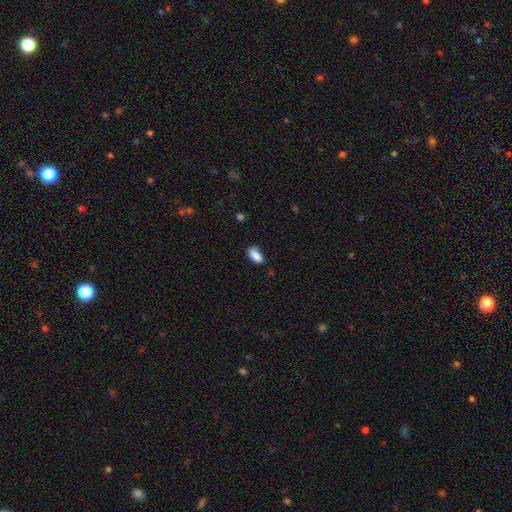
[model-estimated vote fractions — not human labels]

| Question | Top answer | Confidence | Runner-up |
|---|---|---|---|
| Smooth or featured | smooth | 87% | star or artifact (8%) |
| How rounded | in between | 89% | cigar-shaped (8%) |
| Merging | none | 69% | minor disturbance (24%) |